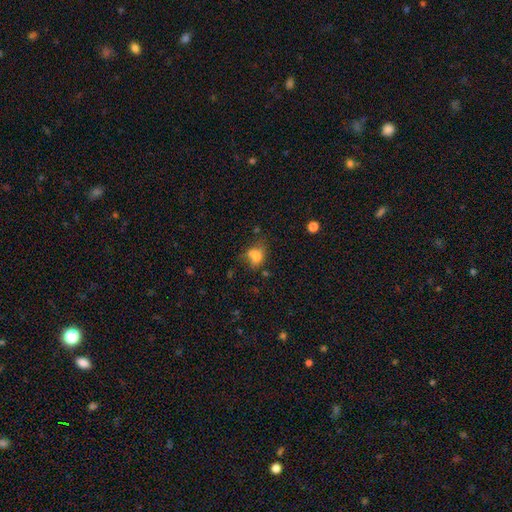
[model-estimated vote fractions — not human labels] A smooth galaxy with no disk features (70%) that is in between round and cigar-shaped (60%).

Vote fractions:
- Smooth or featured? smooth: 70% / featured or disk: 17% / star or artifact: 13%
- How rounded? in between: 60% / round: 38% / cigar-shaped: 2%
- Merging? merger: 44% / none: 29% / minor disturbance: 16% / major disturbance: 11%